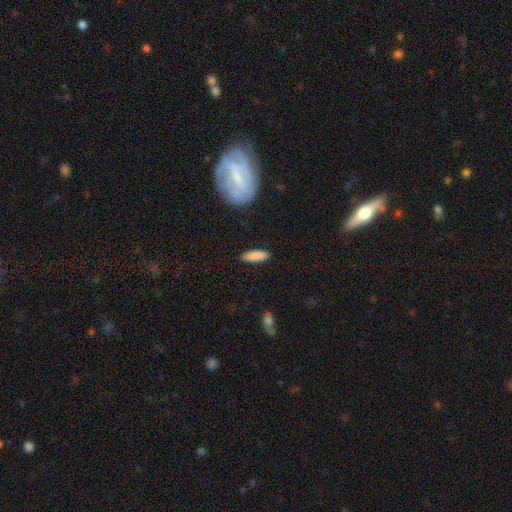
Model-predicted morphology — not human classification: Smooth or featured? smooth (86%)
How rounded? cigar-shaped (53%)
Merging? none (89%)